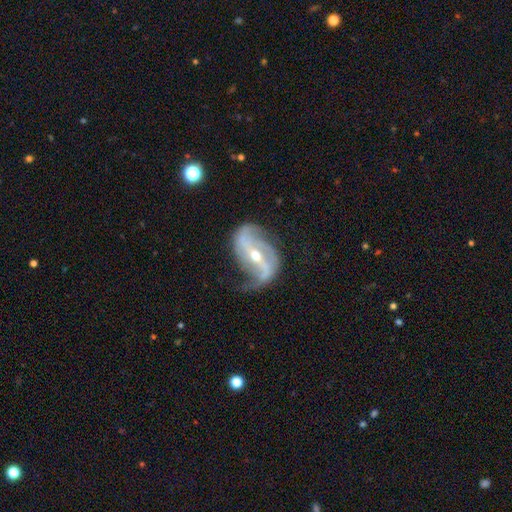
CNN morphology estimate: Smooth or featured? featured or disk (89%)
Edge-on disk? no (96%)
Bar? strong (55%)
Spiral arms? yes (96%)
Spiral winding? loose (58%)
Spiral arm count? 2 (85%)
Bulge size? moderate (50%)
Merging? none (58%)